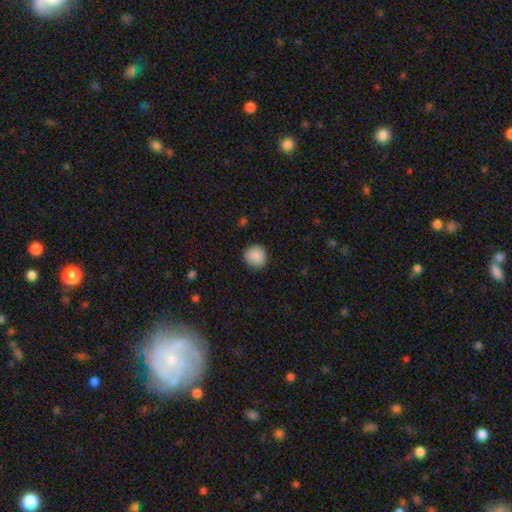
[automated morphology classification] Smooth or featured? smooth (88%)
How rounded? round (91%)
Merging? none (87%)